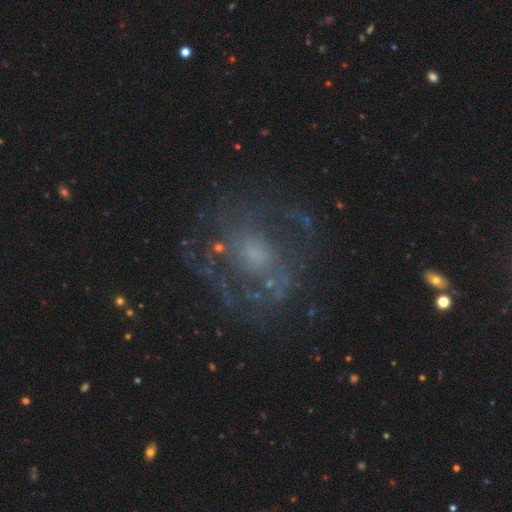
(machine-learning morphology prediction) This is likely a featured or disk galaxy (74%). It is clearly not viewed edge-on (97%). Bar: likely no (69%). Spiral arm pattern: likely yes (74%). Spiral arm count: marginally can't tell (42%). Spiral winding: marginally tight (41%). Central bulge: marginally small (40%). Merging: likely none (70%).